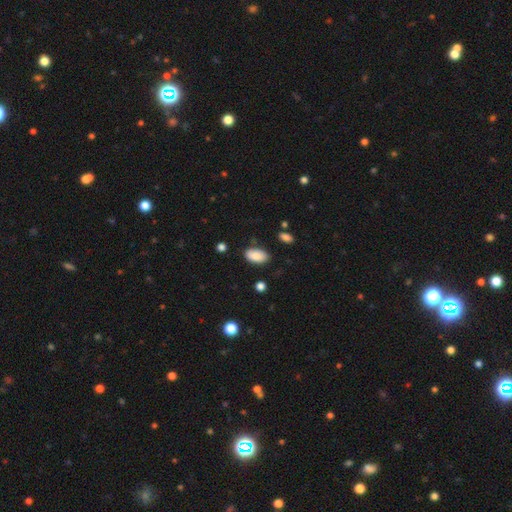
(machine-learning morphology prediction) type=smooth (86%); roundness=in between (94%); merging=none (78%).